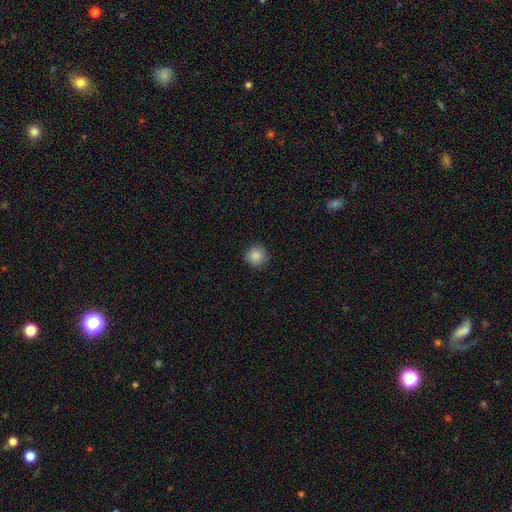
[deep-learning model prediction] smooth_or_featured: smooth (p=0.87) [alt: star or artifact p=0.09]
how_rounded: round (p=0.94) [alt: in between p=0.05]
merging: none (p=0.90) [alt: minor disturbance p=0.07]